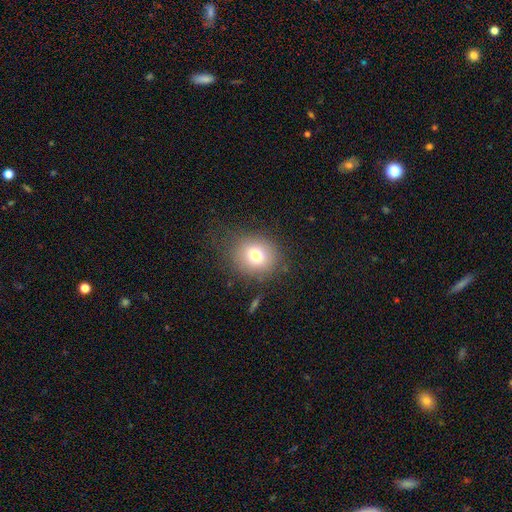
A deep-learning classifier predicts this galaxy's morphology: Smooth or featured? Predicted: smooth (p=0.75). How rounded? Predicted: round (p=0.73). Merging? Predicted: none (p=0.74).